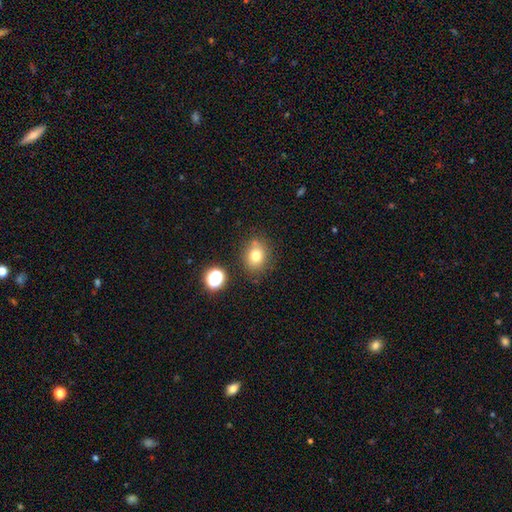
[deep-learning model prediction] Smooth or featured?
  - smooth: 76% *
  - star or artifact: 14%
  - featured or disk: 10%
How rounded?
  - round: 60% *
  - in between: 39%
  - cigar-shaped: 1%
Merging?
  - none: 77% *
  - minor disturbance: 14%
  - merger: 5%
  - major disturbance: 4%